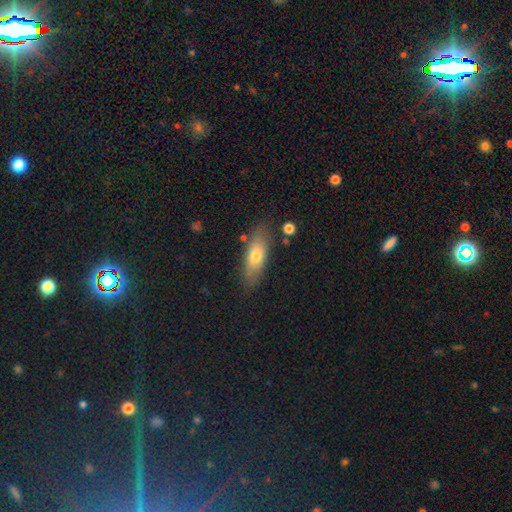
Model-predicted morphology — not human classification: Smooth or featured?
  - smooth: 67% *
  - featured or disk: 26%
  - star or artifact: 7%
How rounded?
  - in between: 67% *
  - cigar-shaped: 30%
  - round: 3%
Merging?
  - none: 79% *
  - minor disturbance: 14%
  - major disturbance: 4%
  - merger: 3%